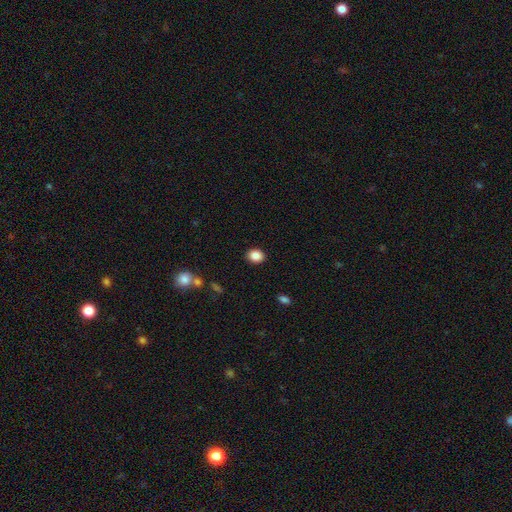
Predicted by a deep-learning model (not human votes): Smooth or featured?
  - smooth: 87% *
  - star or artifact: 9%
  - featured or disk: 4%
How rounded?
  - round: 50% *
  - in between: 49%
  - cigar-shaped: 1%
Merging?
  - none: 90% *
  - minor disturbance: 7%
  - major disturbance: 2%
  - merger: 1%